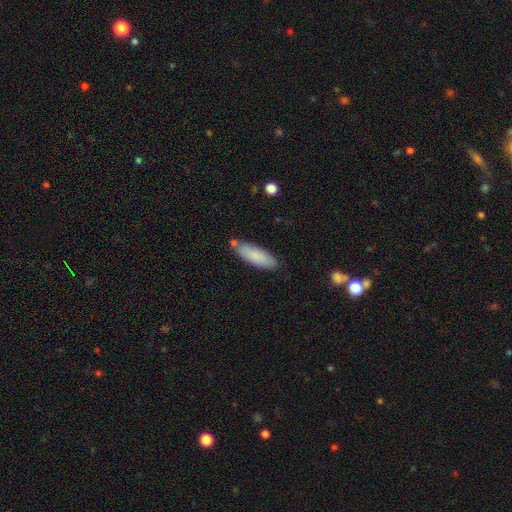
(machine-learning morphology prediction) Overall: smooth (83%). How rounded: in between (58%; cigar-shaped 41%). Merging: none (73%).